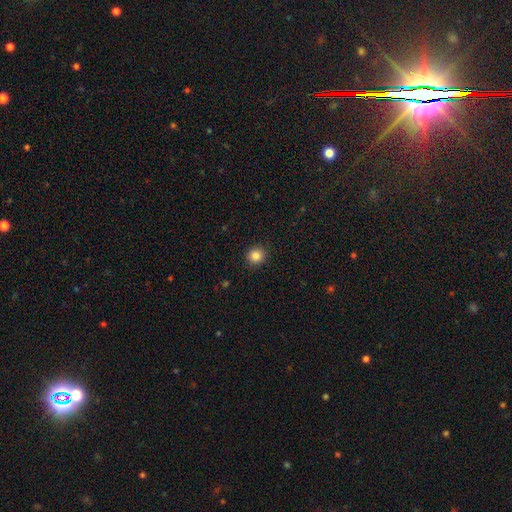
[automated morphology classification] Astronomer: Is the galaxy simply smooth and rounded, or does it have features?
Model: smooth — 85%.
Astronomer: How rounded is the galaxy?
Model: round — 91%.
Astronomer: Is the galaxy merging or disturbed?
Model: none — 91%.